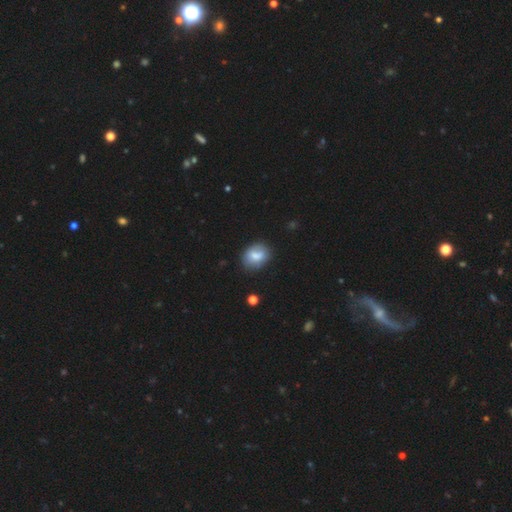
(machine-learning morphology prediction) This appears to be a smooth galaxy with no disk features (71%) that is in between round and cigar-shaped (55%). Merging: none (69%).